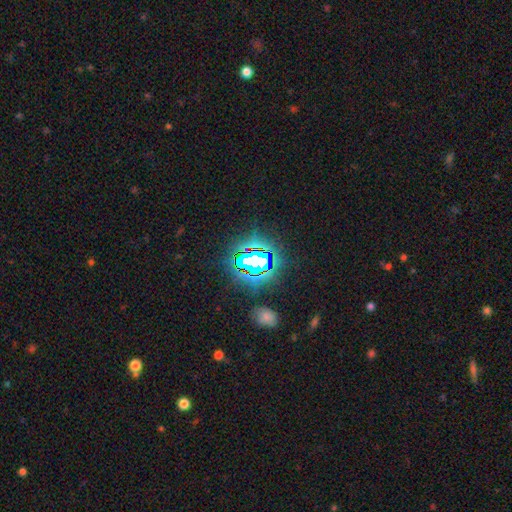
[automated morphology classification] smooth-or-featured: star or artifact: 74% | smooth: 16% | featured or disk: 11%